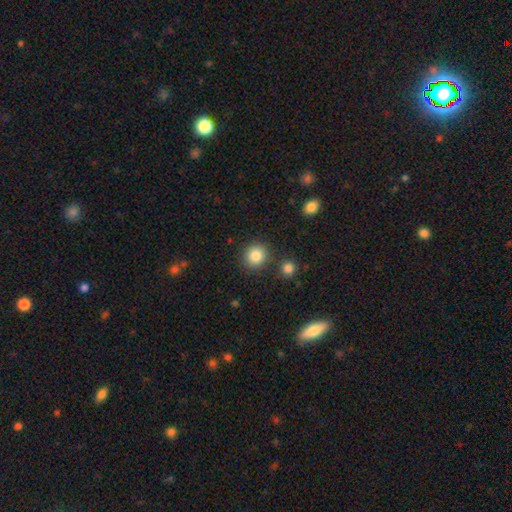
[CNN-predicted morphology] This is clearly a smooth galaxy (85%). How rounded: clearly round (87%). Merging: clearly none (83%).